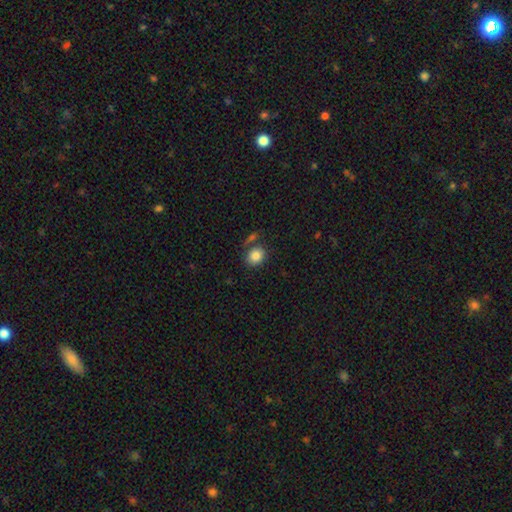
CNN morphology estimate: Smooth or featured? Predicted: smooth (p=0.85). How rounded? Predicted: round (p=0.65). Merging? Predicted: none (p=0.68).